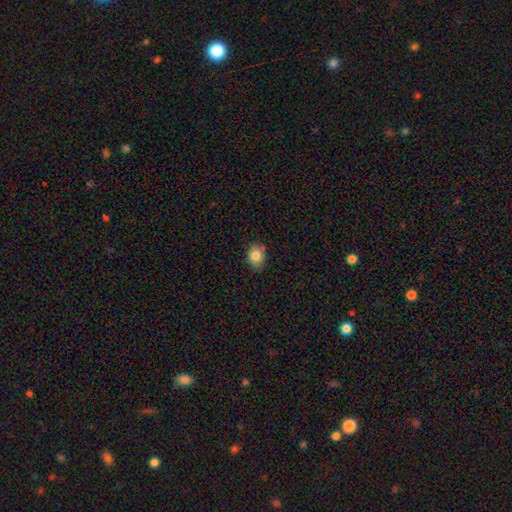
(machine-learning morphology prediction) Smooth or featured: smooth — 84% (star or artifact — 9%)
How rounded: in between — 57% (round — 42%)
Merging: none — 79% (minor disturbance — 16%)